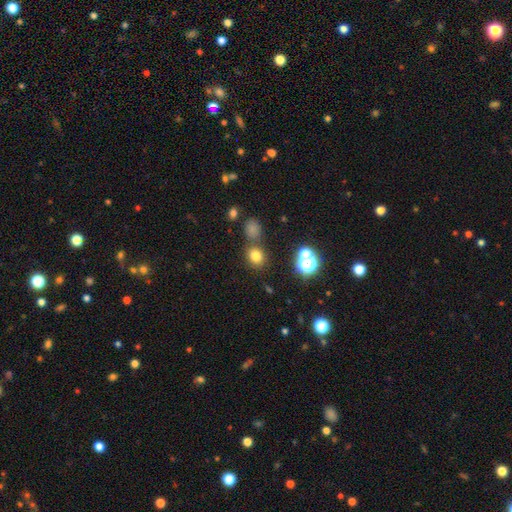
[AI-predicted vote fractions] Smooth or featured?
  - smooth: 74% *
  - star or artifact: 20%
  - featured or disk: 7%
How rounded?
  - round: 72% *
  - in between: 26%
  - cigar-shaped: 1%
Merging?
  - none: 73% *
  - merger: 13%
  - minor disturbance: 10%
  - major disturbance: 4%